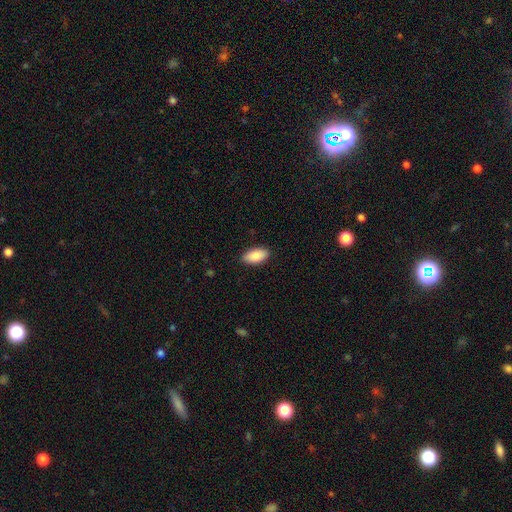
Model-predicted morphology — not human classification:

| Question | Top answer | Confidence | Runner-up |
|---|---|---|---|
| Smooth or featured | smooth | 87% | featured or disk (7%) |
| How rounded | in between | 93% | cigar-shaped (4%) |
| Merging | none | 89% | minor disturbance (8%) |